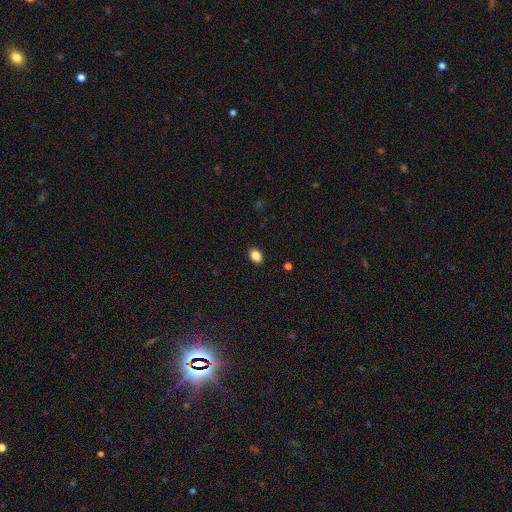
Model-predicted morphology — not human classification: Q: Smooth or featured?
A: smooth (86%); runner-up: star or artifact (9%)
Q: How rounded?
A: in between (77%); runner-up: round (22%)
Q: Merging?
A: none (90%); runner-up: minor disturbance (7%)